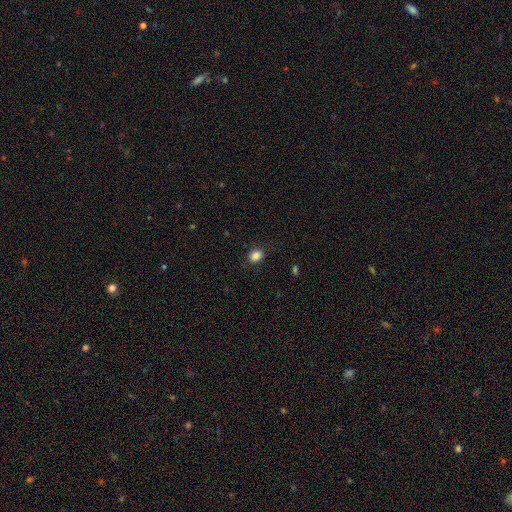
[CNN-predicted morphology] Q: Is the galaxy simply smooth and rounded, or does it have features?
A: smooth — 86%.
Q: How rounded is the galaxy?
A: in between — 53%.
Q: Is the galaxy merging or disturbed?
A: none — 84%.